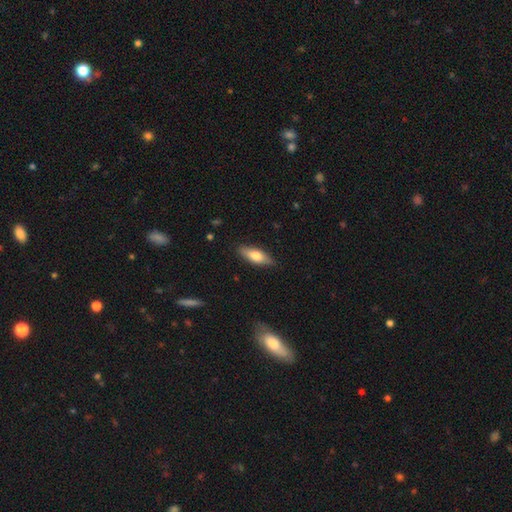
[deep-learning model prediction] Smooth or featured: smooth — 67% (featured or disk — 27%)
How rounded: in between — 62% (cigar-shaped — 35%)
Merging: none — 85% (minor disturbance — 12%)